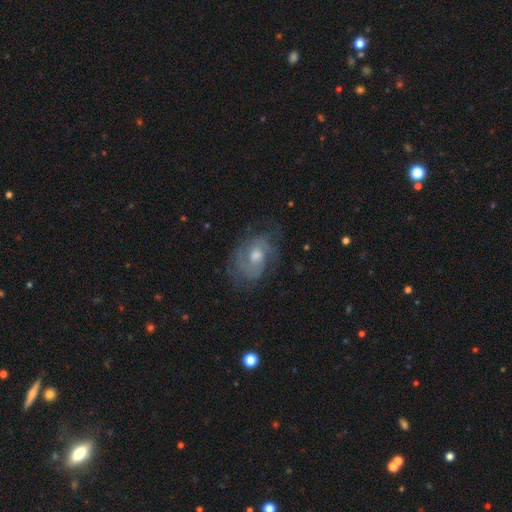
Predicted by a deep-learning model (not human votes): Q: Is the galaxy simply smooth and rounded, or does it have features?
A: featured or disk — 78%.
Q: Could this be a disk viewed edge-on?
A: no — 97%.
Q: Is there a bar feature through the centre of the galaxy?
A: no — 59%.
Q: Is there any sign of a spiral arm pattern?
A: yes — 91%.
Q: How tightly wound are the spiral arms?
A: tight — 46%.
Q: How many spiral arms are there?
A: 2 — 52%.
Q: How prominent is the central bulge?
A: moderate — 65%.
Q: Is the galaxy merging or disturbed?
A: none — 69%.